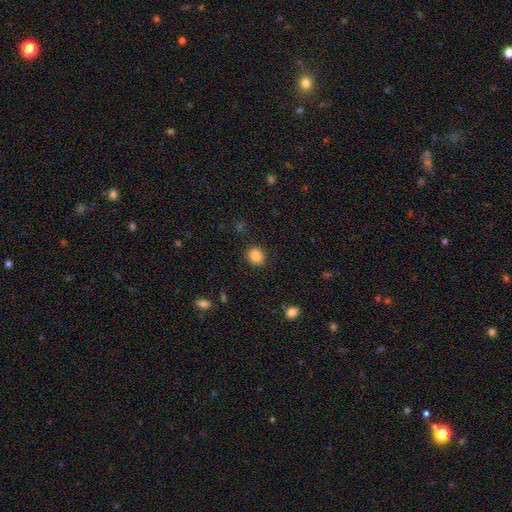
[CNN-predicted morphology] Smooth or featured?
  - smooth: 86% *
  - star or artifact: 10%
  - featured or disk: 5%
How rounded?
  - round: 75% *
  - in between: 24%
  - cigar-shaped: 1%
Merging?
  - none: 89% *
  - minor disturbance: 7%
  - major disturbance: 2%
  - merger: 1%